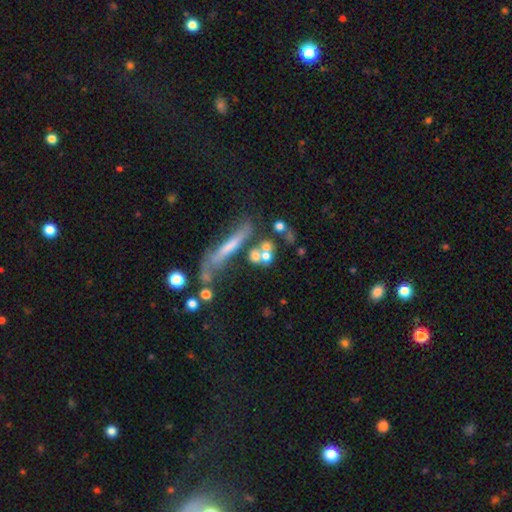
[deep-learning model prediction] Smooth or featured? smooth (56%)
How rounded? round (40%)
Merging? merger (40%)